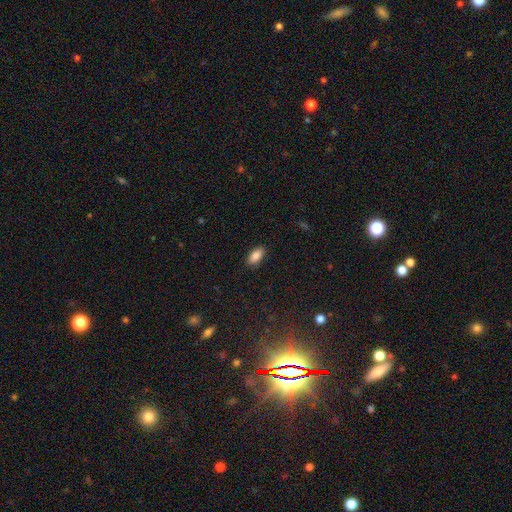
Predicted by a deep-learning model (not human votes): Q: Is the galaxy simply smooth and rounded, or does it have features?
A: smooth — 86%.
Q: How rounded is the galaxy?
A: in between — 91%.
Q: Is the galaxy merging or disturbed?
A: none — 88%.